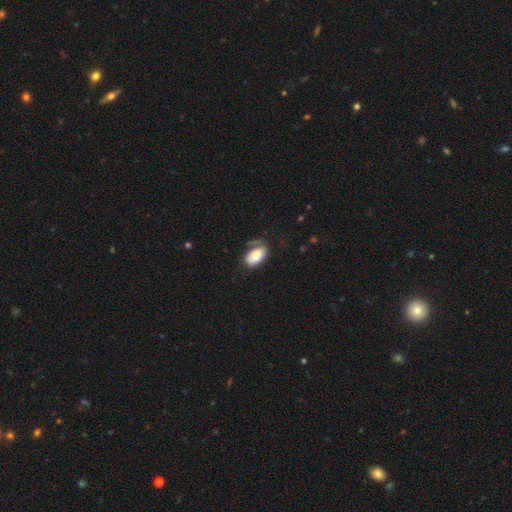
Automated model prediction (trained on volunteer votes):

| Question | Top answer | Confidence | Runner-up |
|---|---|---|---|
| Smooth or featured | smooth | 83% | featured or disk (10%) |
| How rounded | in between | 94% | round (4%) |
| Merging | none | 54% | minor disturbance (28%) |